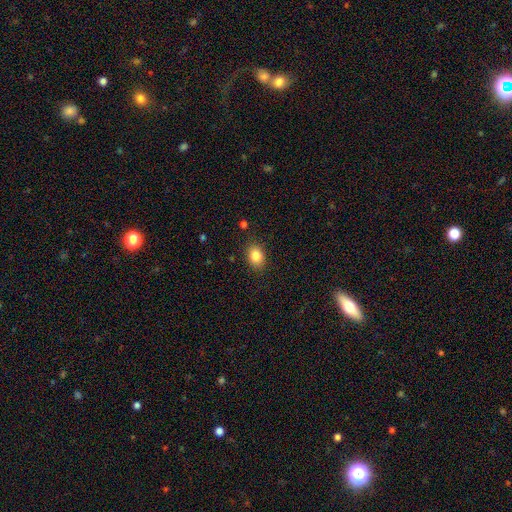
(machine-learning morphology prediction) Smooth or featured?
  - smooth: 84% *
  - star or artifact: 10%
  - featured or disk: 6%
How rounded?
  - in between: 63% *
  - round: 36%
  - cigar-shaped: 1%
Merging?
  - none: 87% *
  - minor disturbance: 9%
  - major disturbance: 2%
  - merger: 1%